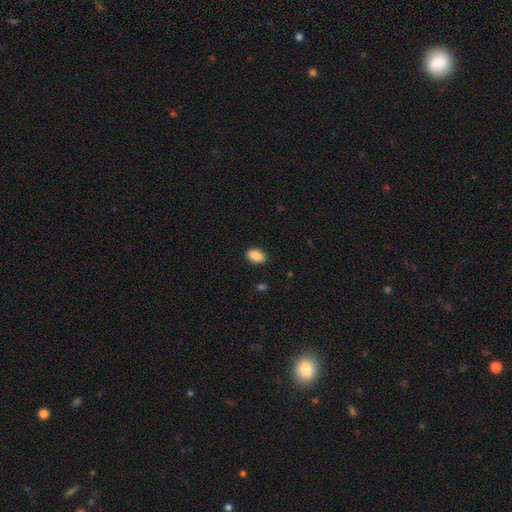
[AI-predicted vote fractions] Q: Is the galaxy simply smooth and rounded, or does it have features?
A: smooth — 90%.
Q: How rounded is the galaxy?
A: in between — 90%.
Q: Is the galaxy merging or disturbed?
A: none — 88%.